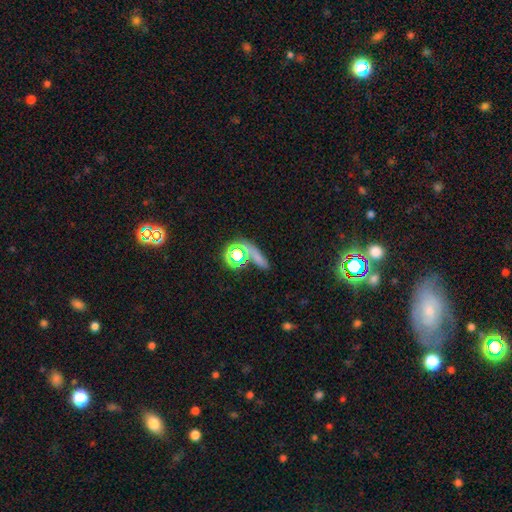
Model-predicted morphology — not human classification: The model was most divided on "smooth or featured": smooth: 44%, star or artifact: 43%, featured or disk: 13%. More confident: merging — none (56%).